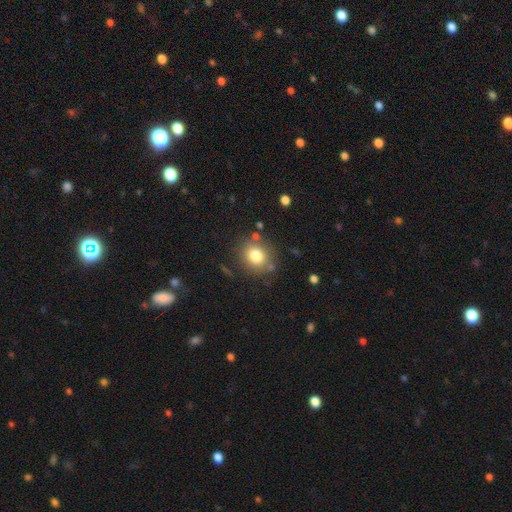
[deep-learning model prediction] Smooth or featured: smooth — 79% (star or artifact — 11%)
How rounded: round — 77% (in between — 22%)
Merging: none — 80% (minor disturbance — 11%)